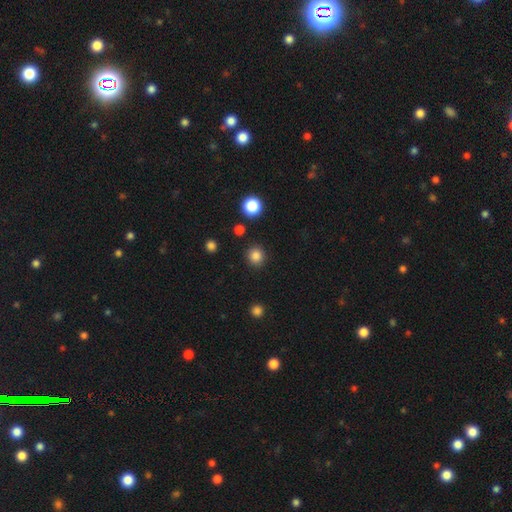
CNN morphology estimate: smooth_or_featured: smooth (p=0.84) [alt: star or artifact p=0.12]
how_rounded: round (p=0.91) [alt: in between p=0.08]
merging: none (p=0.89) [alt: minor disturbance p=0.06]